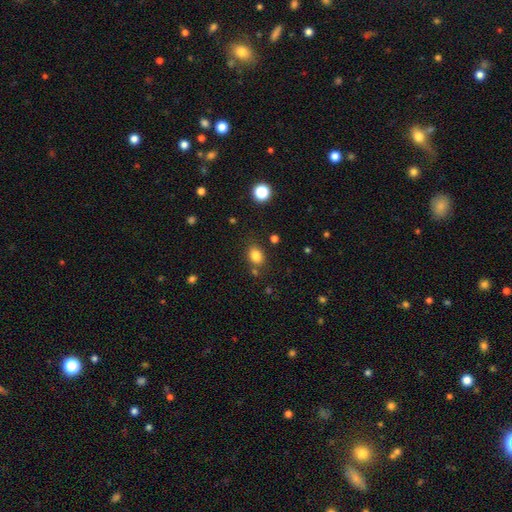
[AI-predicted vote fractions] This appears to be a smooth galaxy with no disk features (82%) that is in between round and cigar-shaped (60%). Merging: none (77%).